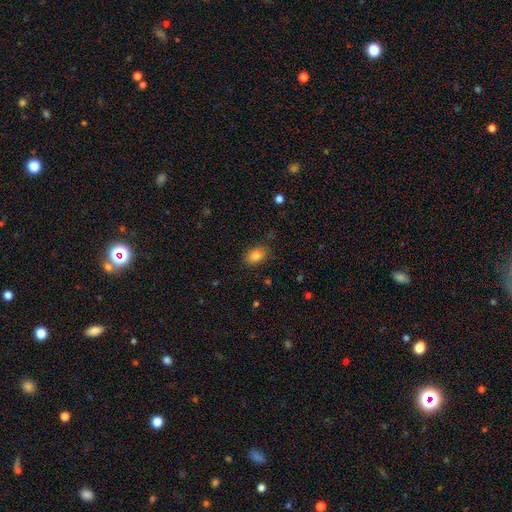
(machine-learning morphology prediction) smooth 84%, star or artifact 9%, featured or disk 7%. Down the decision tree: how rounded — in between (80%); merging — none (84%).